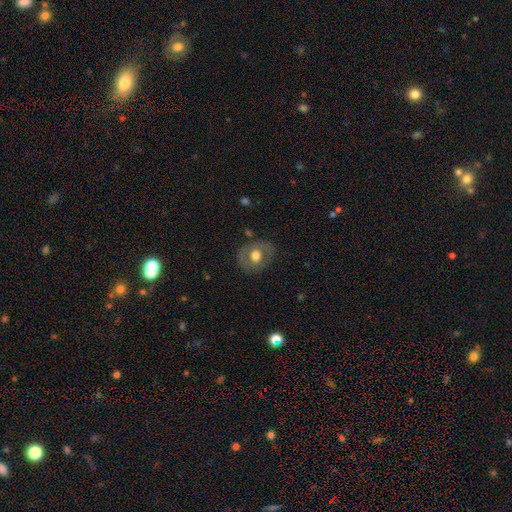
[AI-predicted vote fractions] The model was most divided on "smooth or featured": smooth: 53%, featured or disk: 40%, star or artifact: 8%. More confident: merging — none (78%); how rounded — round (64%).